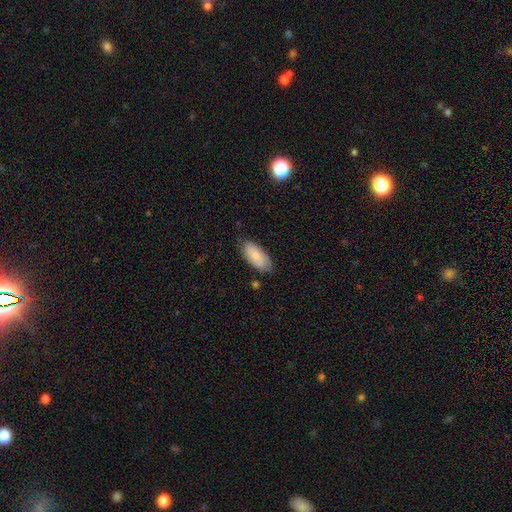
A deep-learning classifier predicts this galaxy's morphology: Overall: smooth (82%). How rounded: in between (89%). Merging: none (74%).